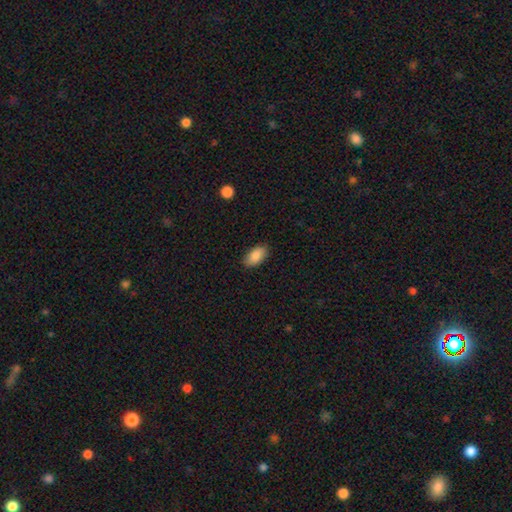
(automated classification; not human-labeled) This is clearly a smooth galaxy (88%). How rounded: clearly in between (94%). Merging: clearly none (87%).